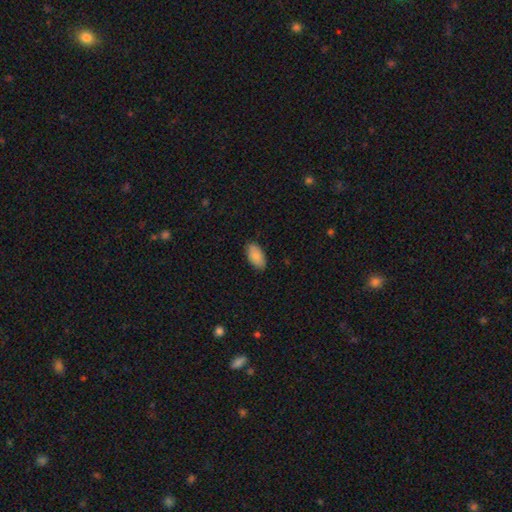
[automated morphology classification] Smooth or featured? smooth (87%)
How rounded? in between (95%)
Merging? none (86%)